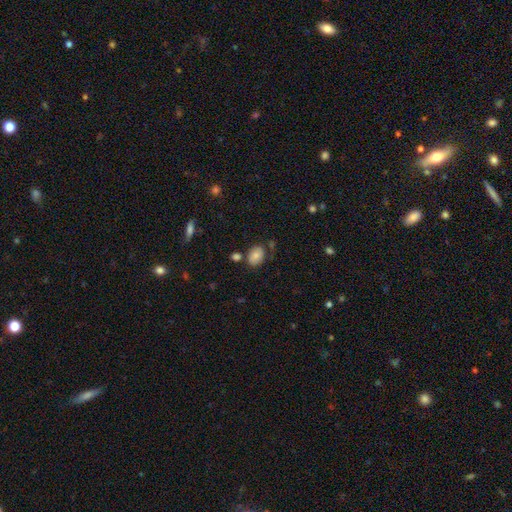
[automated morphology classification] smooth 80%, featured or disk 11%, star or artifact 9%. Down the decision tree: how rounded — in between (77%); merging — none (68%).